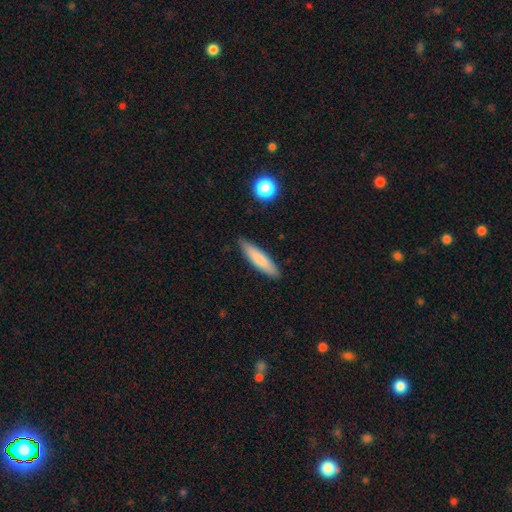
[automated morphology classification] A smooth galaxy with no disk features (78%) that is cigar-shaped (83%). Merging: none (87%).